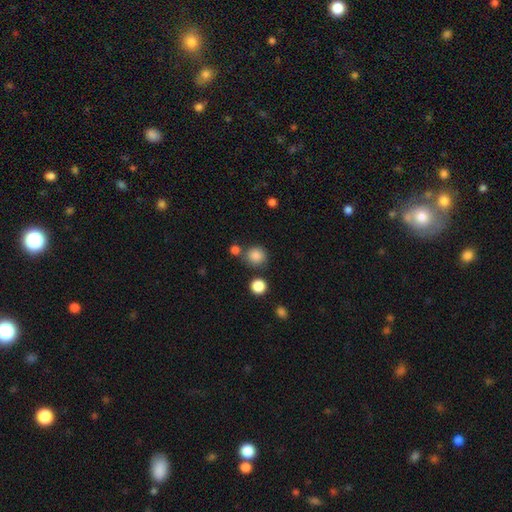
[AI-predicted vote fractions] Smooth or featured? smooth (84%)
How rounded? round (90%)
Merging? none (73%)